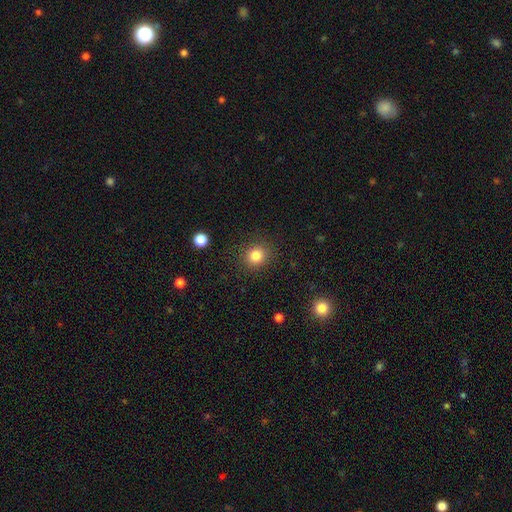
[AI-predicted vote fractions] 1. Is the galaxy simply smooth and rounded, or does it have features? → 82% smooth, 12% star or artifact, 6% featured or disk.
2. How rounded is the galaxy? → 86% round, 13% in between, 1% cigar-shaped.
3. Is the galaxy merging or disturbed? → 89% none, 7% minor disturbance, 3% major disturbance, 1% merger.